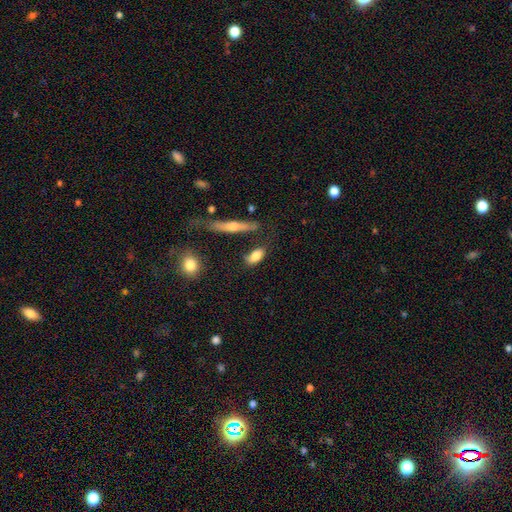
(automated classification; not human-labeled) Smooth or featured: smooth — 79% (featured or disk — 14%)
How rounded: in between — 77% (cigar-shaped — 16%)
Merging: none — 64% (minor disturbance — 20%)